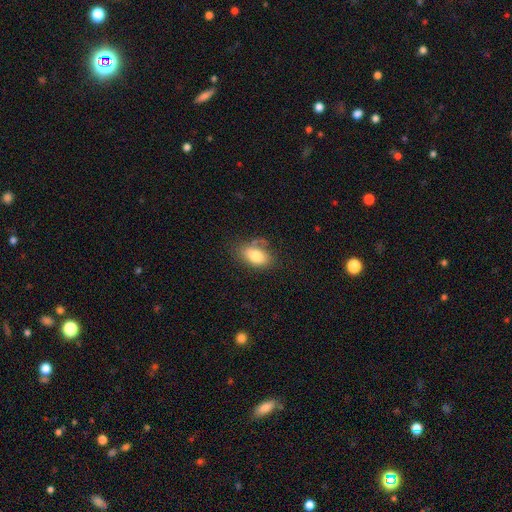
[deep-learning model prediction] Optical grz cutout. It shows a smooth galaxy with no disk features (79%) that is in between round and cigar-shaped (90%). Merging: none (61%).